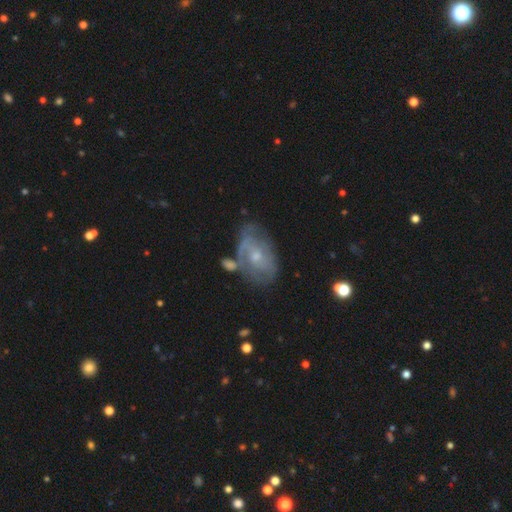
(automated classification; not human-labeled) Morphology: type=featured or disk (66%); edge-on=no (94%); bar=no (69%); spiral arms=yes (65%); bulge=small (57%); merging=none (49%).